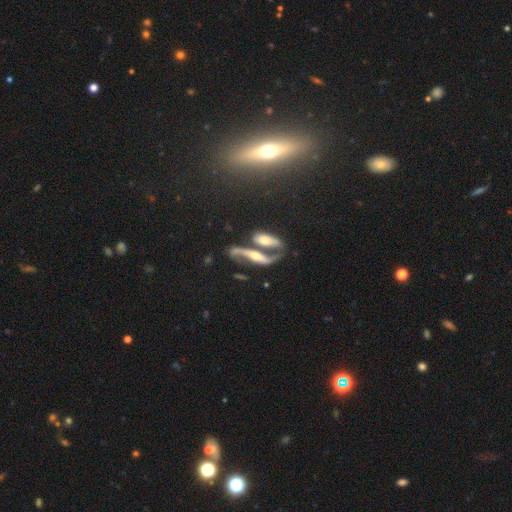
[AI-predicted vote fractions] featured or disk 74%, smooth 17%, star or artifact 8%. Down the decision tree: edge-on disk — no (64%); merging — merger (45%).